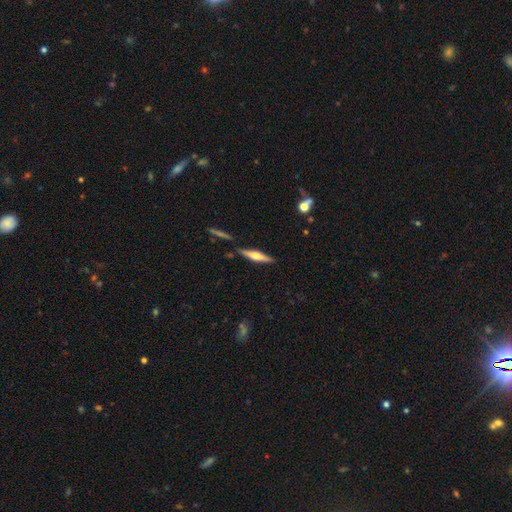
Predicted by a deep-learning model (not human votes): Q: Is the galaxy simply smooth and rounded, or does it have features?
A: featured or disk — 60%.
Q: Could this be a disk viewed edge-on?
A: yes — 96%.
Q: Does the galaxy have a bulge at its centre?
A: rounded — 85%.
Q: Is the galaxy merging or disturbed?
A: none — 82%.